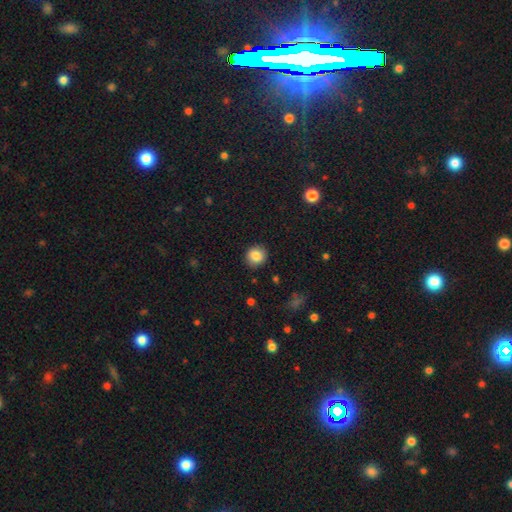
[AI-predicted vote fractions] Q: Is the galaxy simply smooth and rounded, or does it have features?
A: smooth — 85%.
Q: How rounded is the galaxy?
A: round — 87%.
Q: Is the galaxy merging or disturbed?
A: none — 90%.